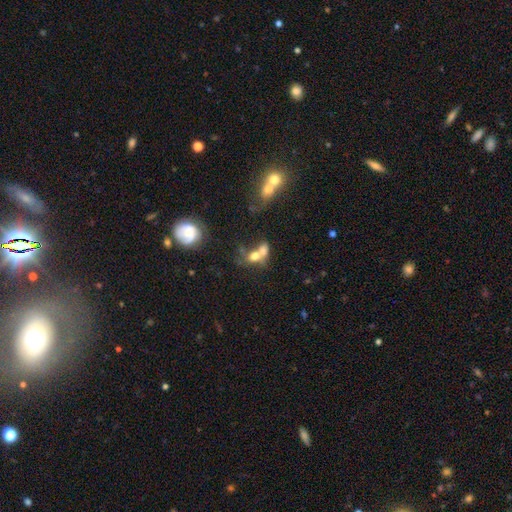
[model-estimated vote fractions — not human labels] This is likely a smooth galaxy (65%). How rounded: possibly in between (57%). Merging: likely merger (66%).